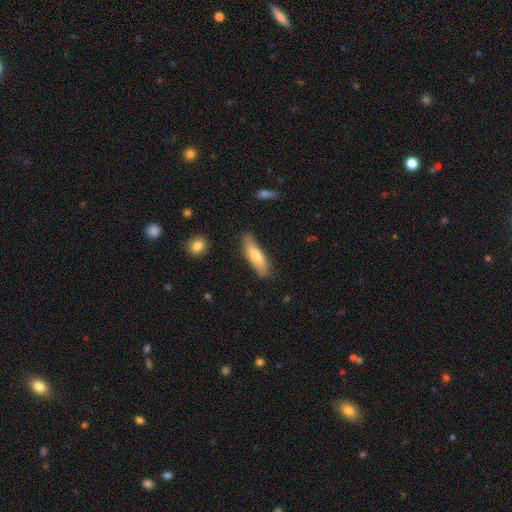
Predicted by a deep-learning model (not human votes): smooth 73%, featured or disk 22%, star or artifact 6%. Down the decision tree: how rounded — cigar-shaped (57%); merging — none (79%).